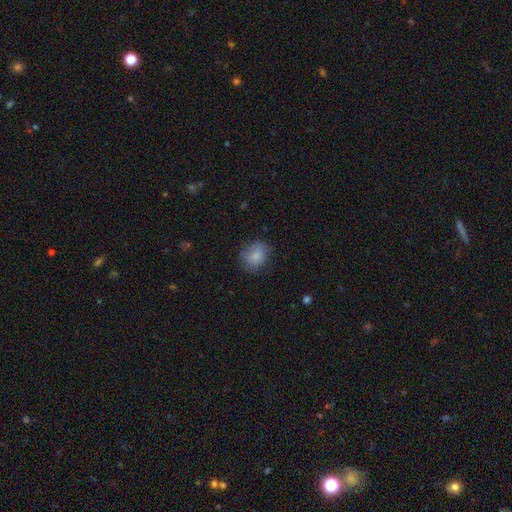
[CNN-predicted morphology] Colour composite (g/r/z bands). It shows a smooth galaxy with no disk features (82%) that is round (60%). Merging: none (71%).